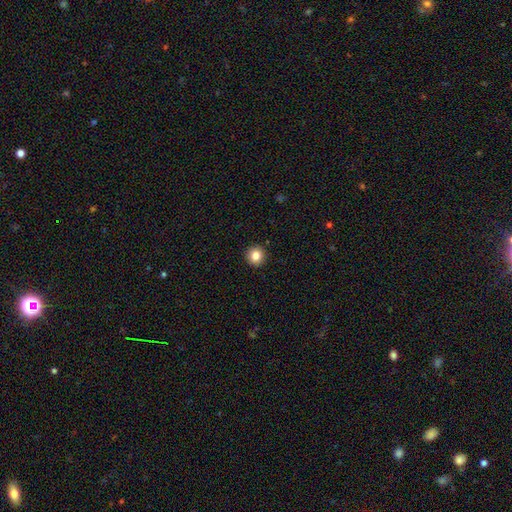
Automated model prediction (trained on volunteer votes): This is clearly a smooth galaxy (85%). How rounded: clearly round (93%). Merging: clearly none (93%).